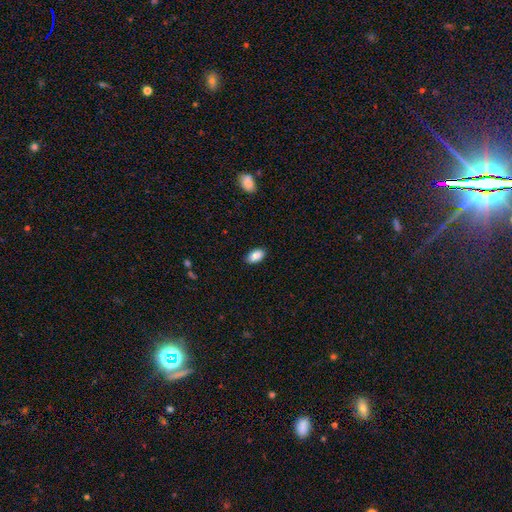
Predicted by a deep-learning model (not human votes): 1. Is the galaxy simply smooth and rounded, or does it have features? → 88% smooth, 7% star or artifact, 4% featured or disk.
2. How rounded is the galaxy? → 94% in between, 4% round, 2% cigar-shaped.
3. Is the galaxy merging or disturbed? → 88% none, 9% minor disturbance, 2% major disturbance, 1% merger.